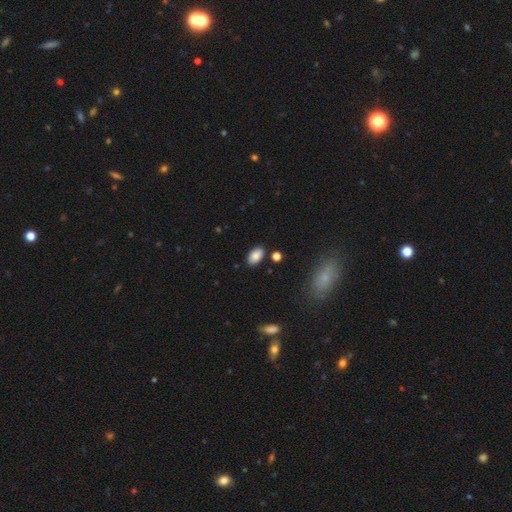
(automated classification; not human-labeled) Smooth or featured? smooth (87%)
How rounded? in between (93%)
Merging? none (84%)